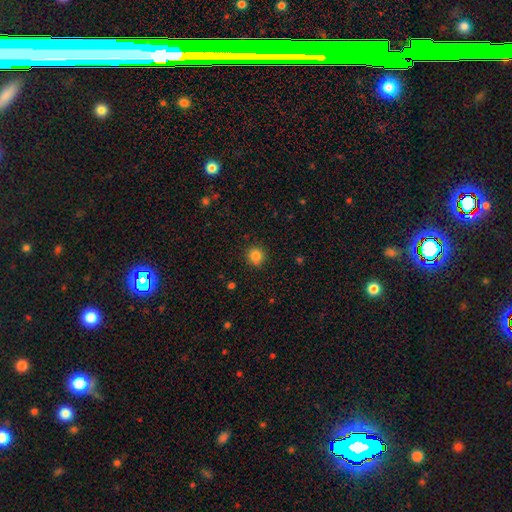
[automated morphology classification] Q: Smooth or featured?
A: smooth (84%); runner-up: star or artifact (11%)
Q: How rounded?
A: round (92%); runner-up: in between (7%)
Q: Merging?
A: none (89%); runner-up: minor disturbance (7%)